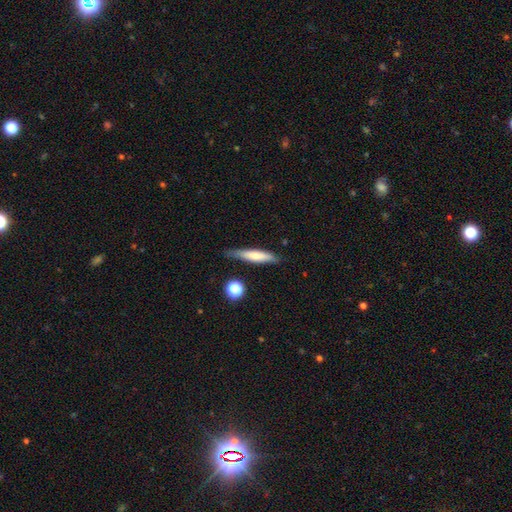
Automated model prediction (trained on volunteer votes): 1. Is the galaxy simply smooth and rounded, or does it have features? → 63% smooth, 30% featured or disk, 7% star or artifact.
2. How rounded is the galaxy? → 85% cigar-shaped, 13% in between, 2% round.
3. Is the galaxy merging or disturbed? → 77% none, 17% minor disturbance, 4% major disturbance, 3% merger.